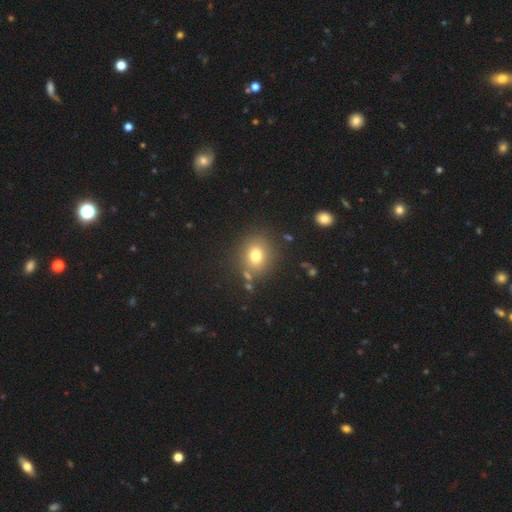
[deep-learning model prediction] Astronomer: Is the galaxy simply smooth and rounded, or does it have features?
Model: smooth — 76%.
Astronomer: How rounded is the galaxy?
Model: round — 75%.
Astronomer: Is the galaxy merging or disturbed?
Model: none — 81%.